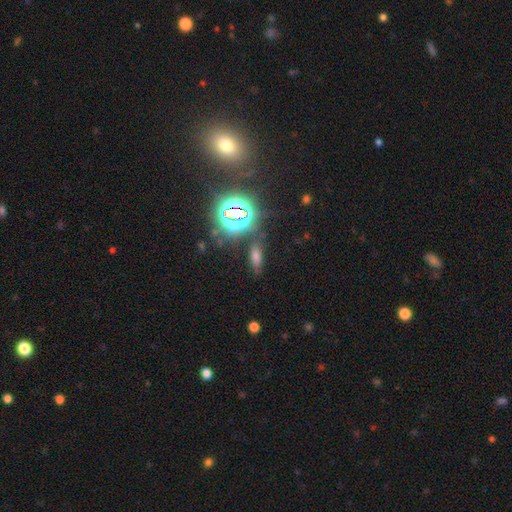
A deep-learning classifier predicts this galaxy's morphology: Q: Smooth or featured?
A: star or artifact (44%); runner-up: smooth (41%)